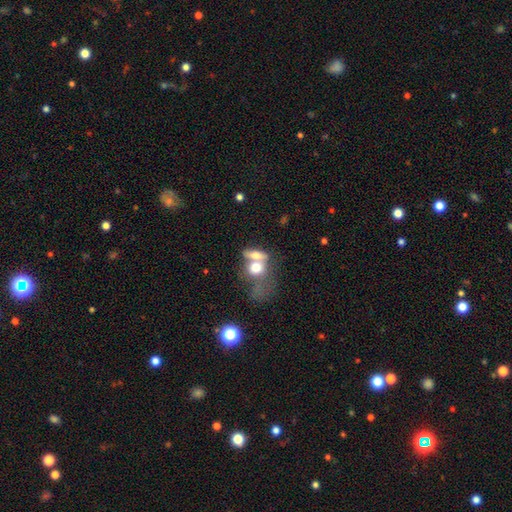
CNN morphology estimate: This appears to be a smooth galaxy with no disk features (63%) that is in between round and cigar-shaped (59%). Merging: merger (64%).